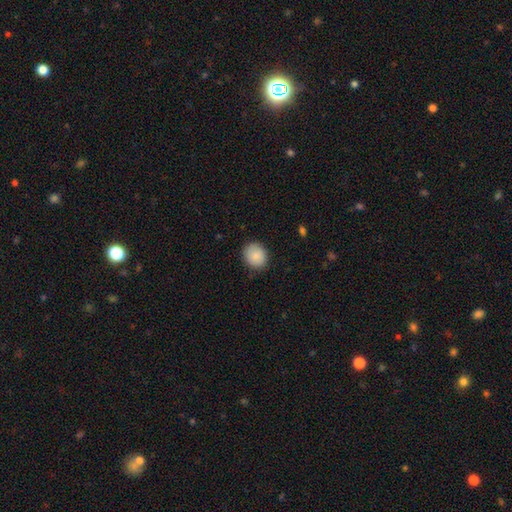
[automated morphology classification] This is clearly a smooth galaxy (86%). How rounded: likely round (71%). Merging: clearly none (85%).